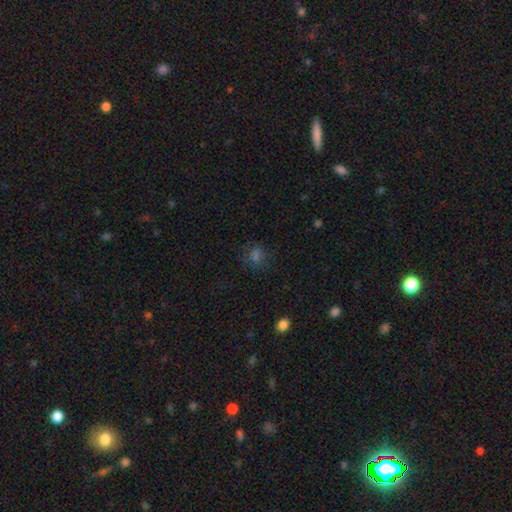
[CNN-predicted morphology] This is possibly a smooth galaxy (58%). How rounded: likely round (63%). Merging: likely none (77%).